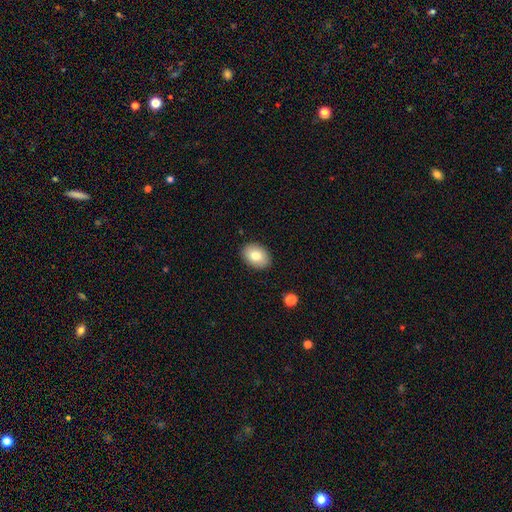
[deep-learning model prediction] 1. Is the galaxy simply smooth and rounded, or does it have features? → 80% smooth, 12% featured or disk, 7% star or artifact.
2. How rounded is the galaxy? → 76% in between, 23% round, 1% cigar-shaped.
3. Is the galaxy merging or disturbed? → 89% none, 8% minor disturbance, 2% major disturbance, 1% merger.